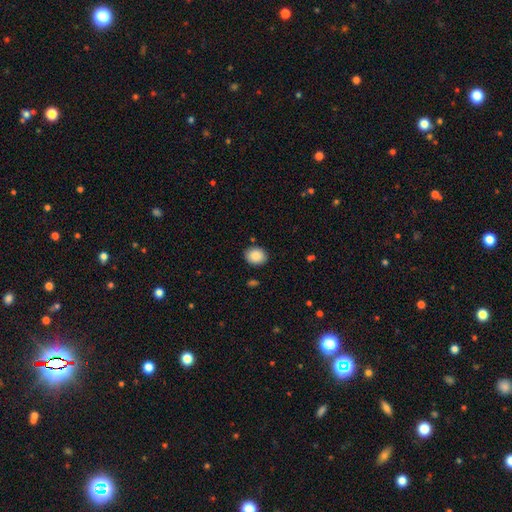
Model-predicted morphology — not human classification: Smooth or featured: smooth — 88% (star or artifact — 8%)
How rounded: round — 56% (in between — 43%)
Merging: none — 87% (minor disturbance — 9%)